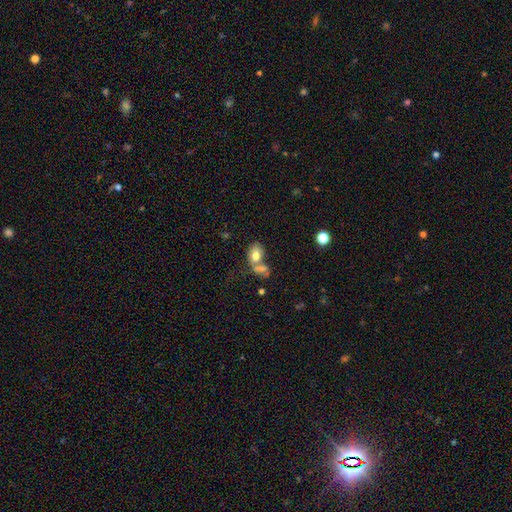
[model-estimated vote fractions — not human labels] A smooth galaxy with no disk features (76%) that is in between round and cigar-shaped (84%). Merging: merger (45%).